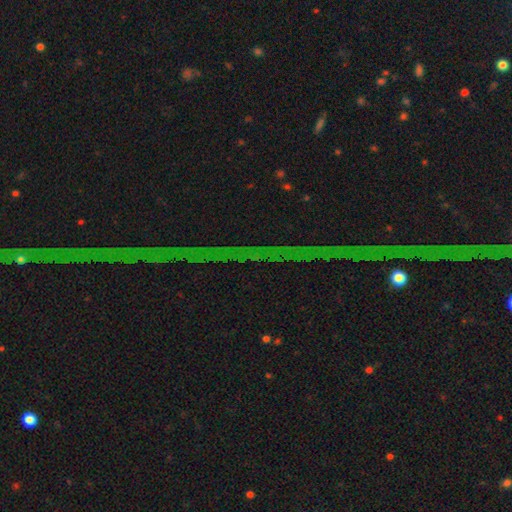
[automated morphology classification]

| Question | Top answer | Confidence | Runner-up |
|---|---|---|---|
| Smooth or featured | star or artifact | 83% | featured or disk (11%) |